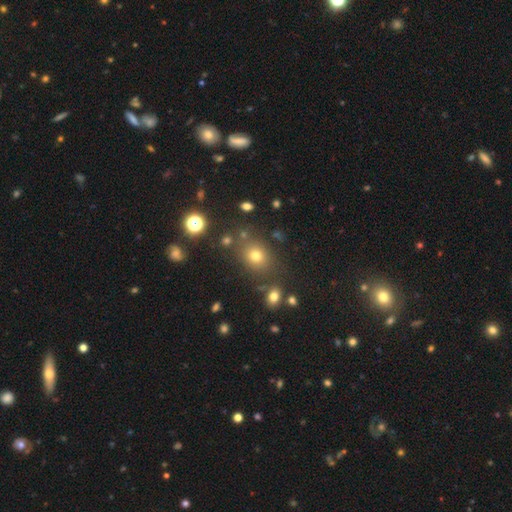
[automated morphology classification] A smooth galaxy with no disk features (69%) that is round (60%).

Vote fractions:
- Smooth or featured? smooth: 69% / star or artifact: 21% / featured or disk: 10%
- How rounded? round: 60% / in between: 39% / cigar-shaped: 1%
- Merging? none: 78% / minor disturbance: 11% / merger: 7% / major disturbance: 4%